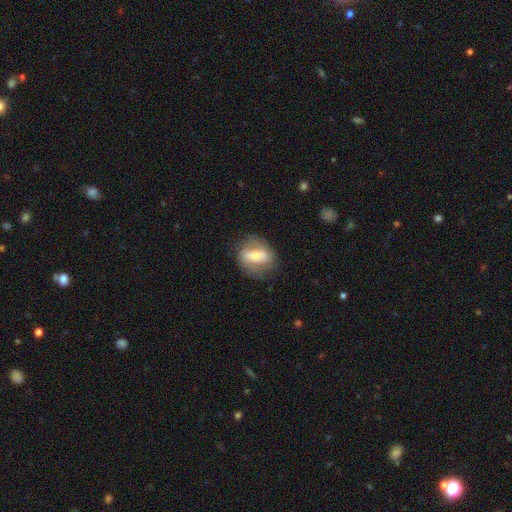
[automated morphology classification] smooth 48%, featured or disk 45%, star or artifact 7%. Down the decision tree: merging — none (70%).